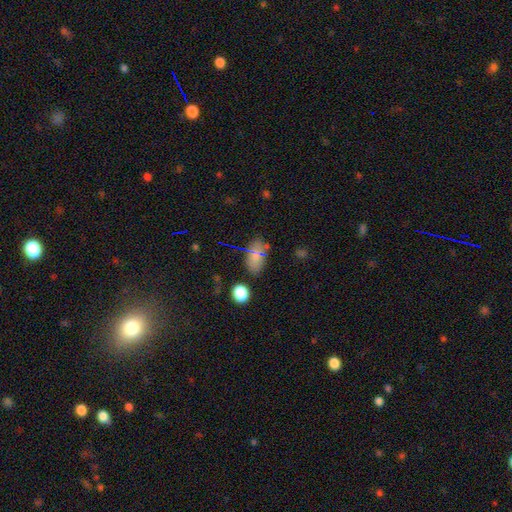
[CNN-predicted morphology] type=smooth (68%); roundness=in between (88%); merging=none (73%).